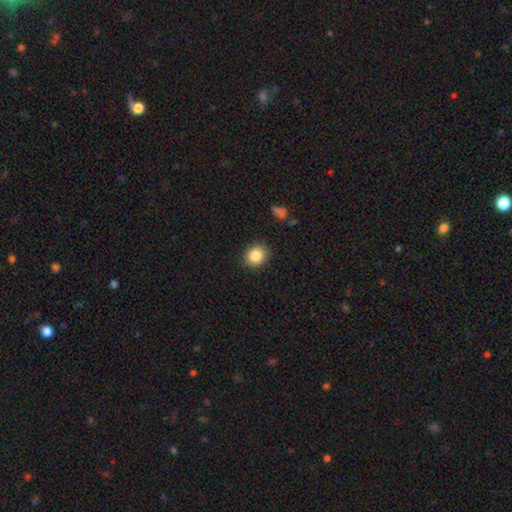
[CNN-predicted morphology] smooth 85%, star or artifact 9%, featured or disk 6%. Down the decision tree: how rounded — round (71%); merging — none (88%).